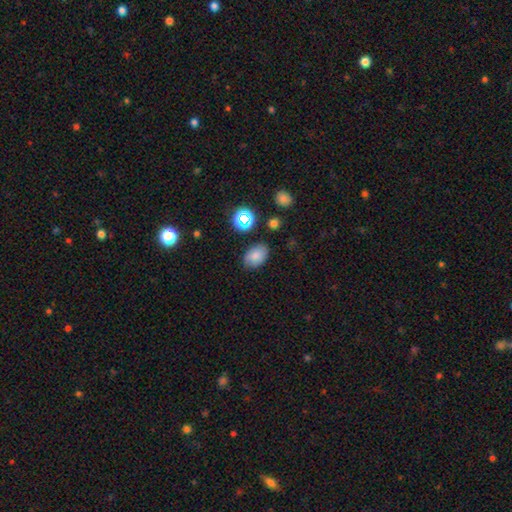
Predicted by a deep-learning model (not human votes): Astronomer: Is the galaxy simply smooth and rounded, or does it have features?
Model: smooth — 80%.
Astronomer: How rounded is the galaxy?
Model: in between — 84%.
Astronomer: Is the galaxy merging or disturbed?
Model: none — 80%.